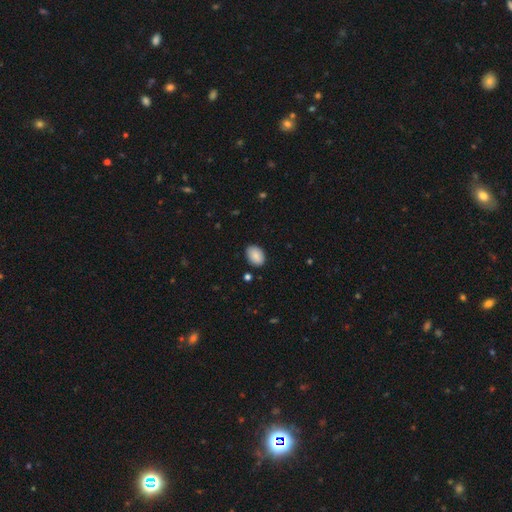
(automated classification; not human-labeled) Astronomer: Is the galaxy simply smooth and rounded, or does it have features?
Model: smooth — 87%.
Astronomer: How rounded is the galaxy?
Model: in between — 85%.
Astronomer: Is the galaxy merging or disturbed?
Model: none — 86%.